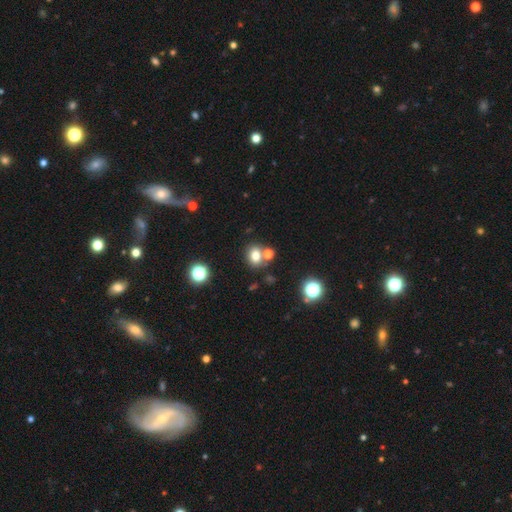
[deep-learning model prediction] Overall: smooth (77%). How rounded: round (53%; in between 46%). Merging: none (64%).